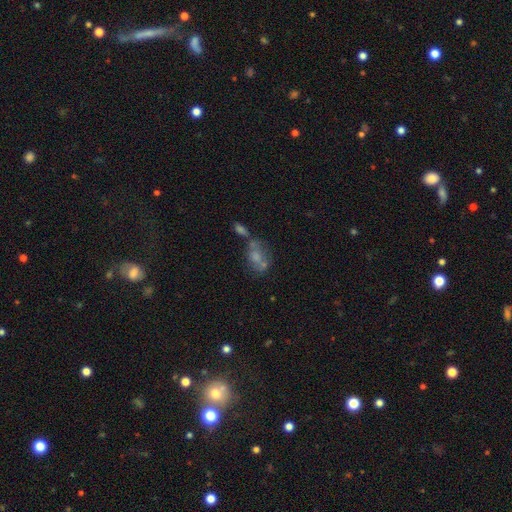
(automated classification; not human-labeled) Overall: smooth (40%; featured or disk 34%). Merging: none (37%; merger 34%).